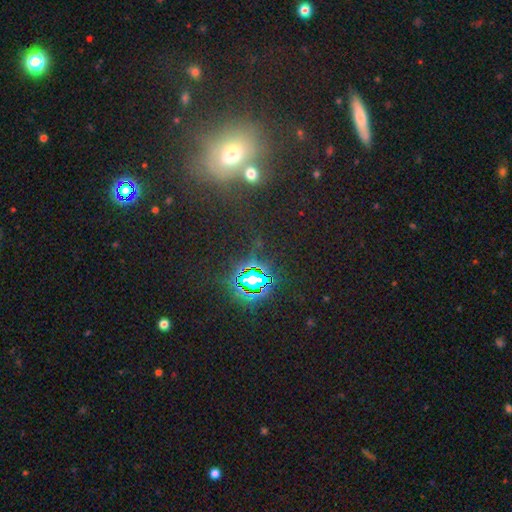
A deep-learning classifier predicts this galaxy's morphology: smooth-or-featured: star or artifact: 70% | smooth: 19% | featured or disk: 11%